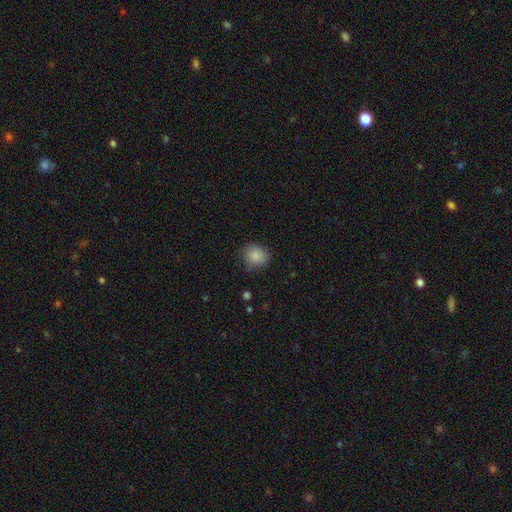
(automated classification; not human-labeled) This is clearly a smooth galaxy (86%). How rounded: likely round (68%). Merging: likely none (71%).